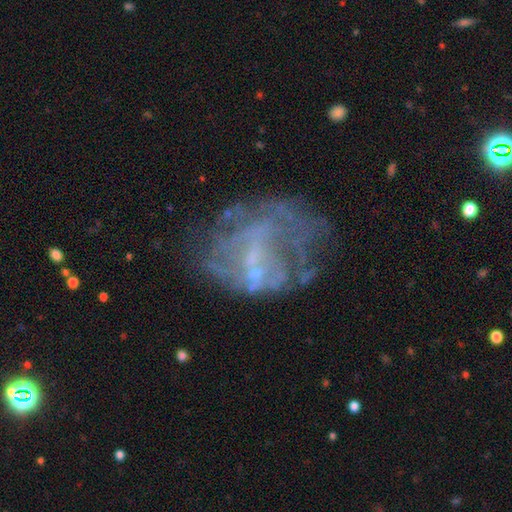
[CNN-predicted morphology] type=featured or disk (69%); edge-on=no (98%); bar=no (59%); spiral arms=no (62%); bulge=small (49%); merging=none (39%).